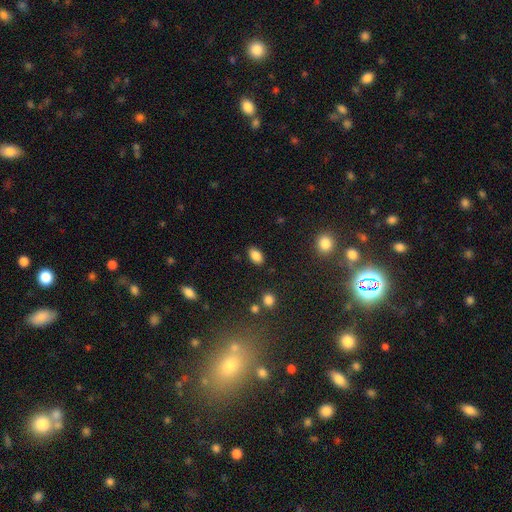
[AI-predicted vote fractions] Overall: smooth (86%). How rounded: in between (90%). Merging: none (86%).